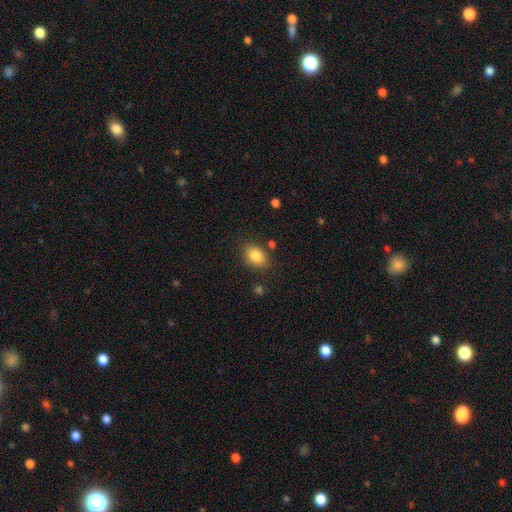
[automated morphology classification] Q: Smooth or featured?
A: smooth (84%); runner-up: star or artifact (9%)
Q: How rounded?
A: in between (75%); runner-up: round (24%)
Q: Merging?
A: none (80%); runner-up: minor disturbance (13%)